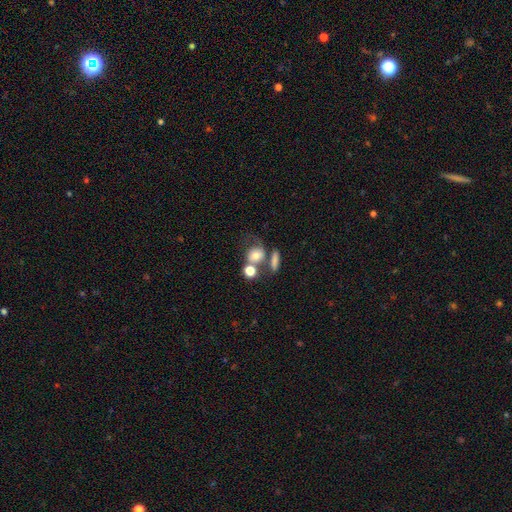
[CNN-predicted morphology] A smooth galaxy with no disk features (65%) that is round (61%). Merging: merger (39%).